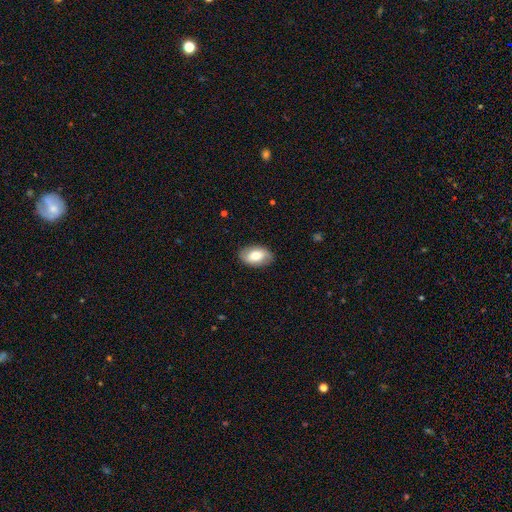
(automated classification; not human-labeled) The model was most divided on "smooth or featured": smooth: 71%, featured or disk: 22%, star or artifact: 6%. More confident: how rounded — in between (92%); merging — none (86%).